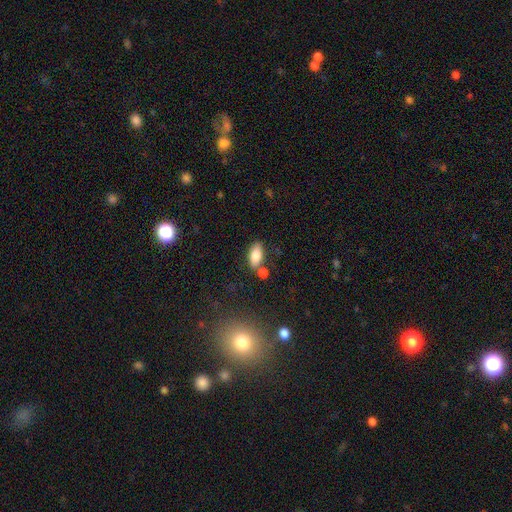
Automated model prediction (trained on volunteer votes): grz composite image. It shows a smooth galaxy with no disk features (83%) that is in between round and cigar-shaped (90%). Merging: none (68%).